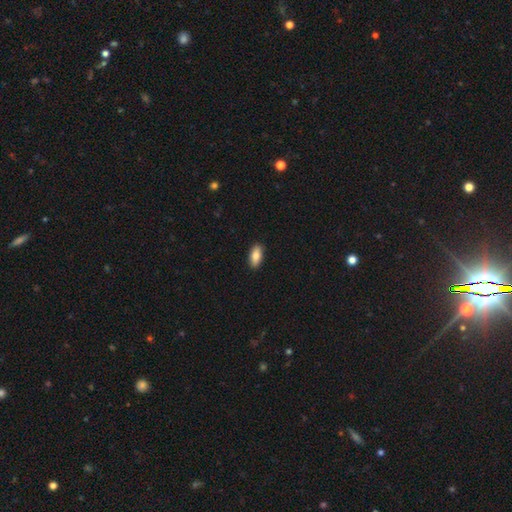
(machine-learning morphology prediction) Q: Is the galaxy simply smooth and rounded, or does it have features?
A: smooth — 82%.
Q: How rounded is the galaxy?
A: in between — 86%.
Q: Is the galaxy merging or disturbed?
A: none — 90%.